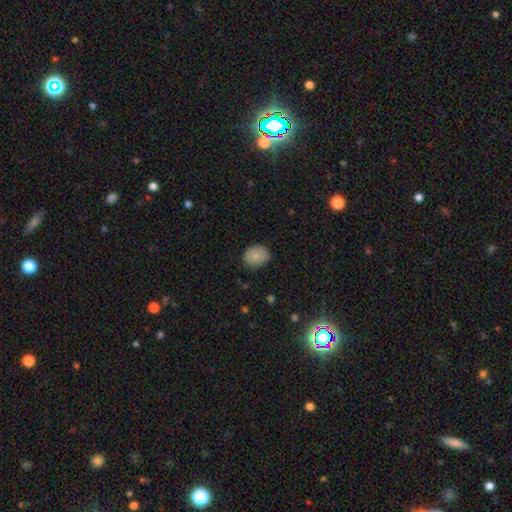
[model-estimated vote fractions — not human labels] Smooth or featured? Predicted: smooth (p=0.85). How rounded? Predicted: round (p=0.56). Merging? Predicted: none (p=0.81).